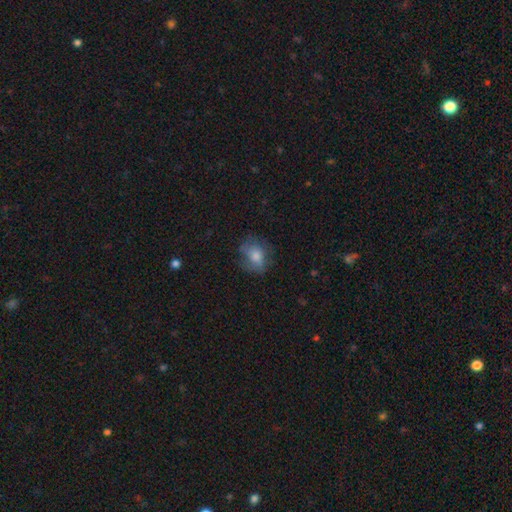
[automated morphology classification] Overall: smooth (65%). How rounded: in between (51%; round 47%). Merging: none (63%; minor disturbance 23%).